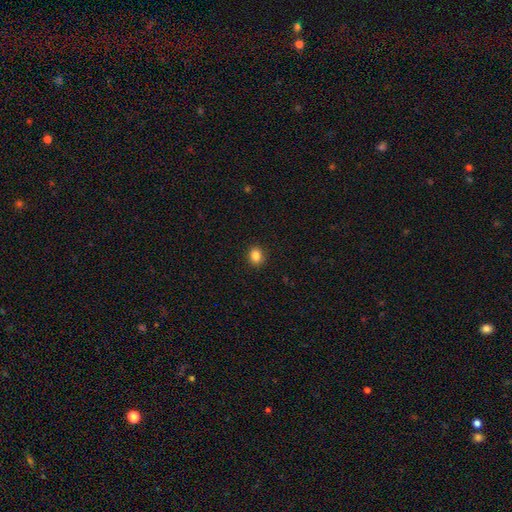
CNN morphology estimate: smooth 86%, star or artifact 10%, featured or disk 4%. Down the decision tree: how rounded — round (65%); merging — none (91%).